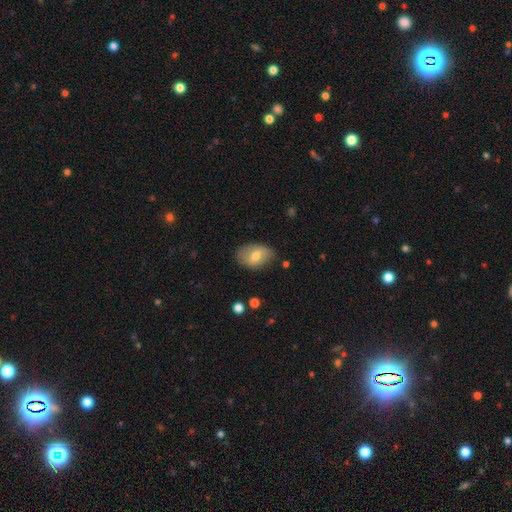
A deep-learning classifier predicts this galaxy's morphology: type=smooth (65%); roundness=in between (87%); merging=none (76%).